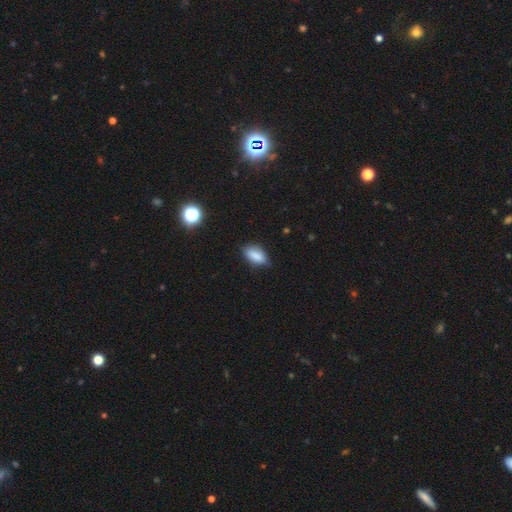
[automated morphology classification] smooth-or-featured: smooth: 85% | star or artifact: 8% | featured or disk: 6%
  how-rounded: in between: 90% | cigar-shaped: 6% | round: 4%
  merging: none: 74% | minor disturbance: 21% | major disturbance: 3% | merger: 1%